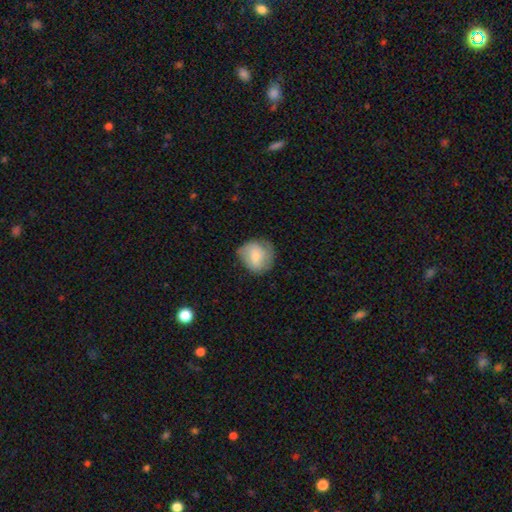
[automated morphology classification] This appears to be a smooth galaxy with no disk features (61%) that is round (80%). Merging: none (63%).